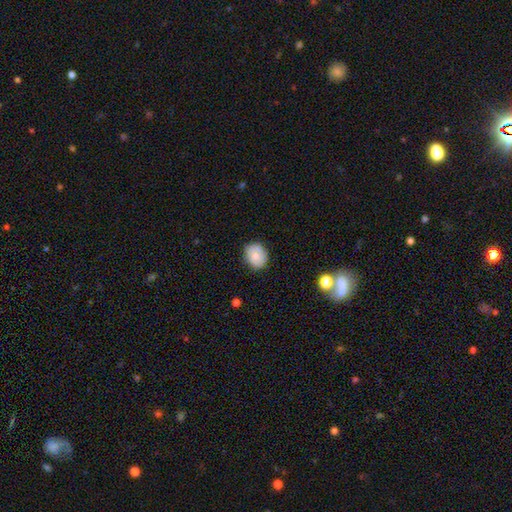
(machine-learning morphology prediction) Smooth or featured: smooth — 71% (featured or disk — 20%)
How rounded: round — 54% (in between — 45%)
Merging: none — 78% (minor disturbance — 17%)